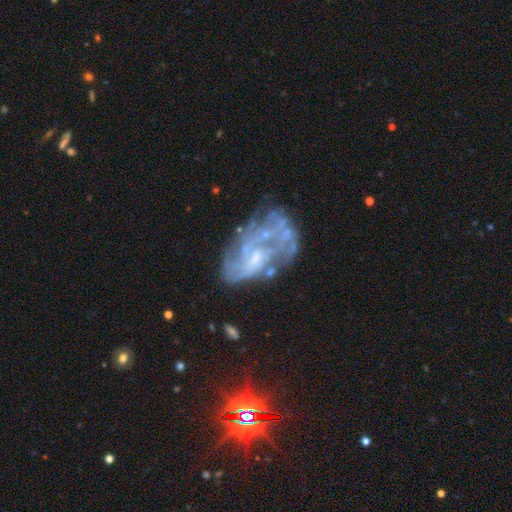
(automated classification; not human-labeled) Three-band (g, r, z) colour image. It shows a featured or disk galaxy (75%) with no bar (64%), spiral arms (64%) and a small central bulge (56%). Merging: none (45%).